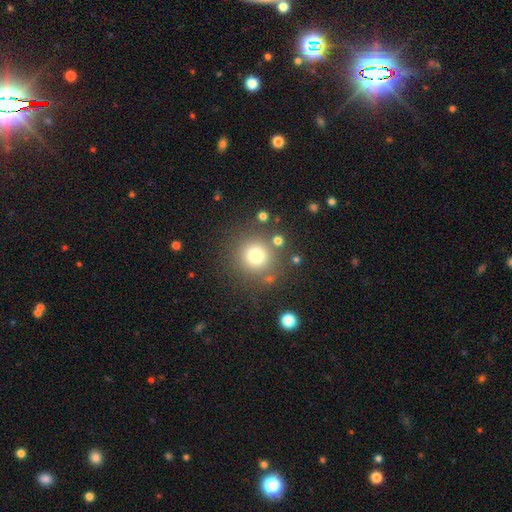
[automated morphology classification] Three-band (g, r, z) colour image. It shows a smooth galaxy with no disk features (76%) that is round (95%). Merging: none (82%).